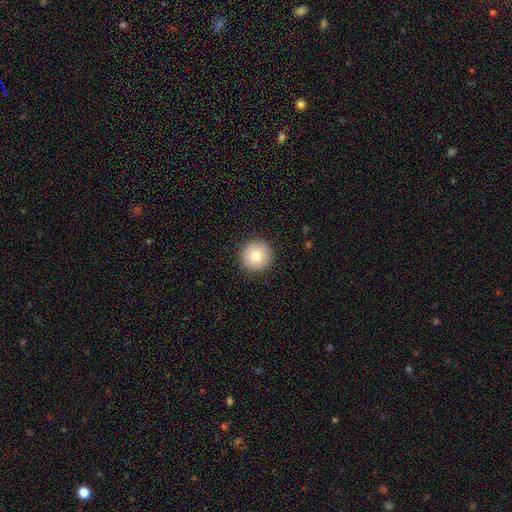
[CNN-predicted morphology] This is likely a smooth galaxy (80%). How rounded: clearly round (96%). Merging: clearly none (91%).